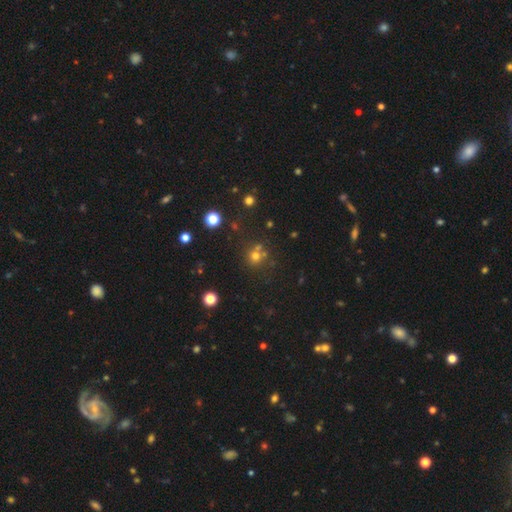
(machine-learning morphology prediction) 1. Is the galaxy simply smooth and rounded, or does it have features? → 61% smooth, 29% star or artifact, 11% featured or disk.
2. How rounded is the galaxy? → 87% round, 12% in between, 1% cigar-shaped.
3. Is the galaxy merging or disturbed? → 62% none, 24% merger, 10% minor disturbance, 5% major disturbance.